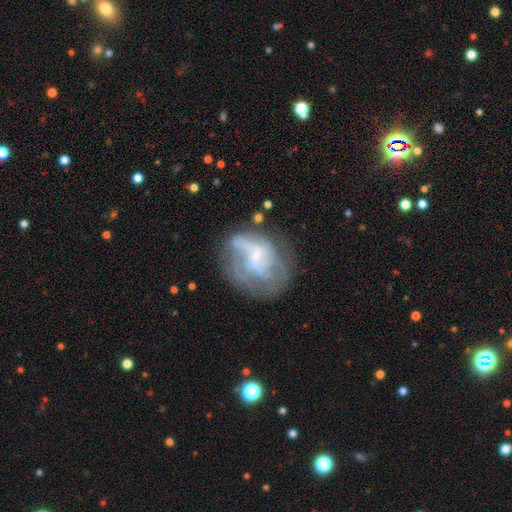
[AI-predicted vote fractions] A featured or disk galaxy (65%) with no bar (55%), spiral arms (63%) and a small central bulge (48%). Merging: none (49%).